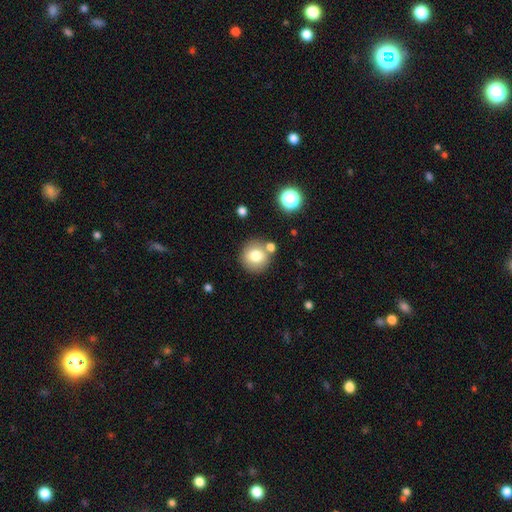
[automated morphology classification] type=smooth (76%); roundness=round (90%); merging=none (75%).